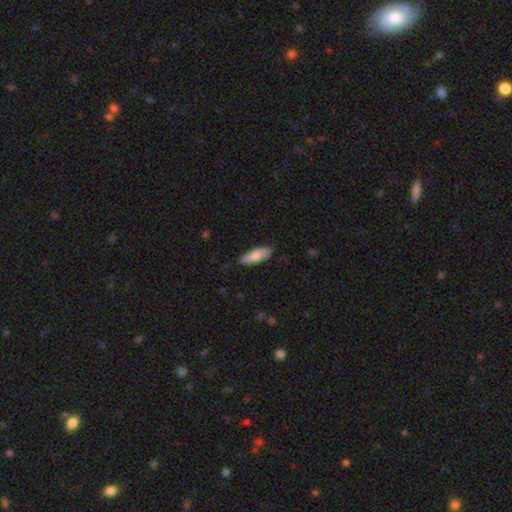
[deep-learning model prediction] A smooth galaxy with no disk features (82%) that is in between round and cigar-shaped (70%).

Vote fractions:
- Smooth or featured? smooth: 82% / featured or disk: 12% / star or artifact: 6%
- How rounded? in between: 70% / cigar-shaped: 28% / round: 2%
- Merging? none: 84% / minor disturbance: 13% / major disturbance: 2% / merger: 1%